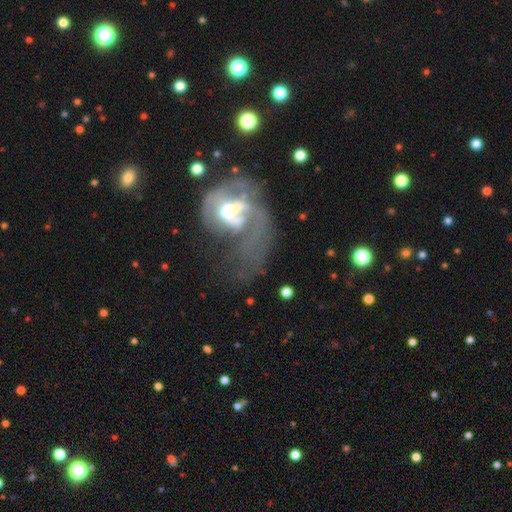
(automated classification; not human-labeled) This is likely a featured or disk galaxy (67%). It is clearly not viewed edge-on (96%). Bar: possibly no (50%). Spiral arm pattern: likely yes (63%). Central bulge: likely moderate (60%). Merging: possibly major disturbance (48%).